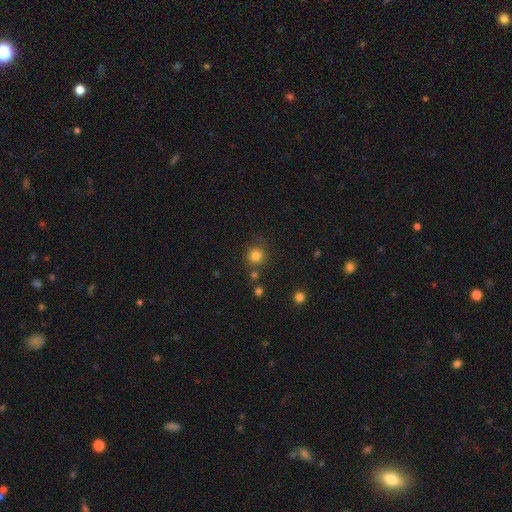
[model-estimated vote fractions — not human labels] A smooth galaxy with no disk features (81%) that is round (92%).

Vote fractions:
- Smooth or featured? smooth: 81% / star or artifact: 13% / featured or disk: 6%
- How rounded? round: 92% / in between: 7% / cigar-shaped: 1%
- Merging? none: 80% / minor disturbance: 10% / merger: 7% / major disturbance: 3%